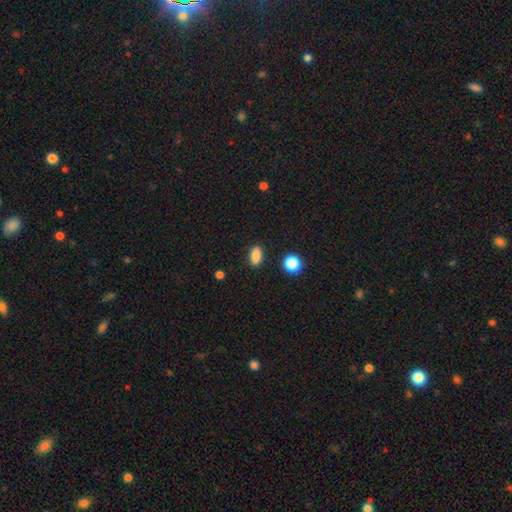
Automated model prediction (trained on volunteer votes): Q: Smooth or featured?
A: smooth (86%); runner-up: star or artifact (10%)
Q: How rounded?
A: in between (82%); runner-up: round (10%)
Q: Merging?
A: none (87%); runner-up: minor disturbance (9%)